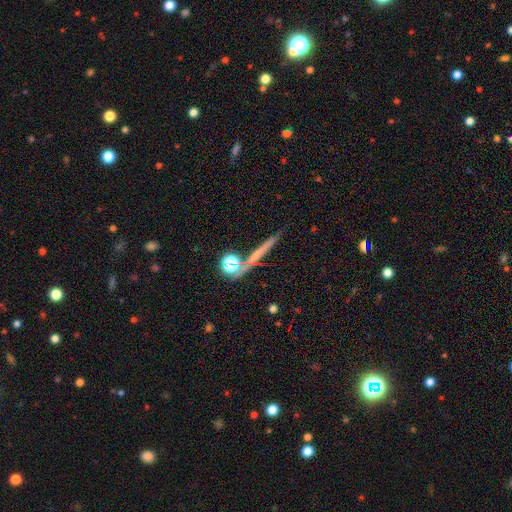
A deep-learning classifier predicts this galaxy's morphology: A smooth galaxy with no disk features (43%).

Vote fractions:
- Smooth or featured? smooth: 43% / featured or disk: 41% / star or artifact: 15%
- Merging? none: 82% / minor disturbance: 8% / merger: 7% / major disturbance: 3%